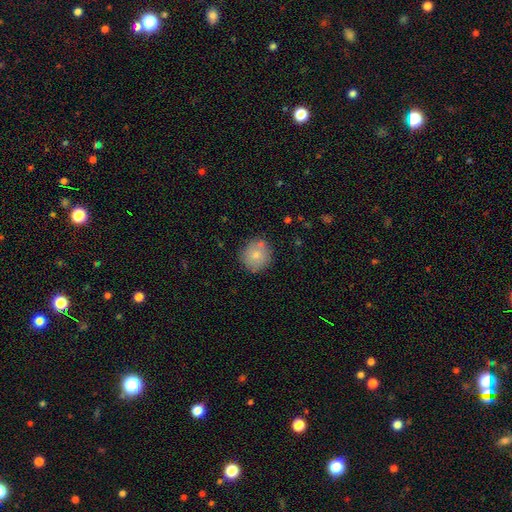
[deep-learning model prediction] Smooth or featured? smooth (78%)
How rounded? round (91%)
Merging? none (79%)